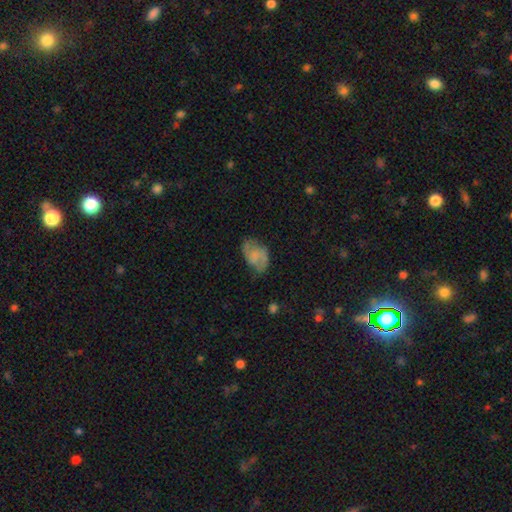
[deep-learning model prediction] Q: Smooth or featured?
A: featured or disk (55%); runner-up: smooth (36%)
Q: Edge-on disk?
A: no (97%); runner-up: yes (3%)
Q: Bar?
A: no (53%); runner-up: weak (38%)
Q: Spiral arms?
A: yes (84%); runner-up: no (16%)
Q: Bulge size?
A: none (60%); runner-up: small (20%)
Q: Merging?
A: none (62%); runner-up: minor disturbance (25%)